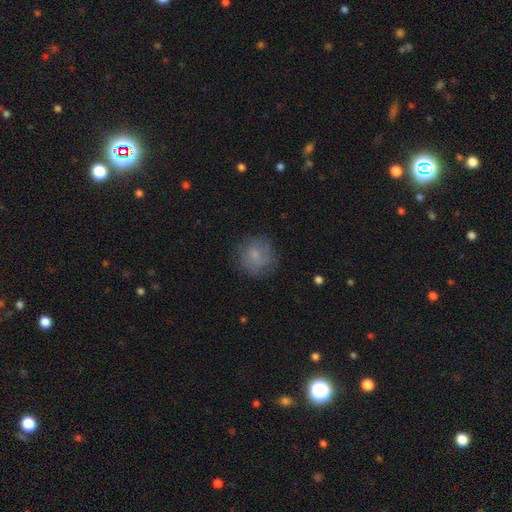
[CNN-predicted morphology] Smooth or featured?
  - smooth: 71% *
  - featured or disk: 19%
  - star or artifact: 10%
How rounded?
  - round: 88% *
  - in between: 11%
  - cigar-shaped: 1%
Merging?
  - none: 72% *
  - minor disturbance: 19%
  - major disturbance: 8%
  - merger: 1%